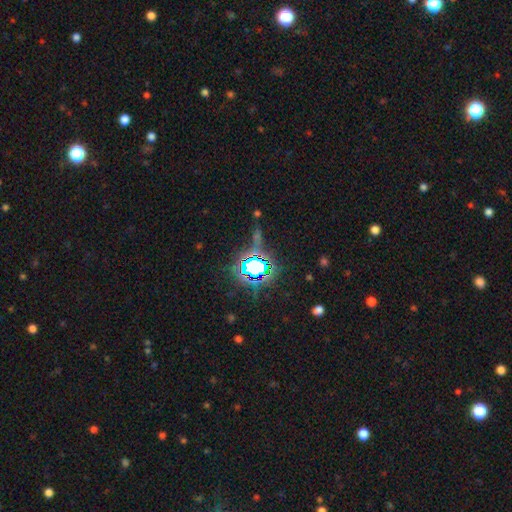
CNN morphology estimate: smooth-or-featured: star or artifact: 82% | smooth: 11% | featured or disk: 7%